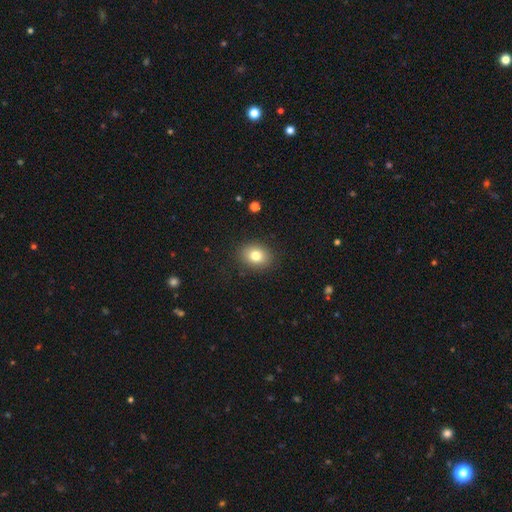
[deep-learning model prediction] Smooth or featured? smooth (80%)
How rounded? in between (54%)
Merging? none (87%)